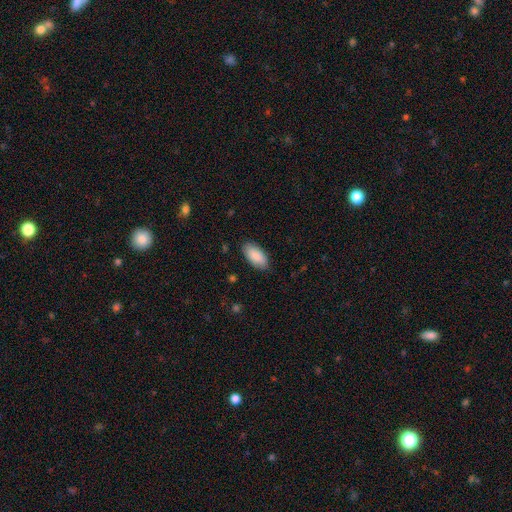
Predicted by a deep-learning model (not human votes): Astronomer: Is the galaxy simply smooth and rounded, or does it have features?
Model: smooth — 89%.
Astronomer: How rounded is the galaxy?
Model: in between — 92%.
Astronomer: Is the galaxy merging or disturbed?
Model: none — 85%.